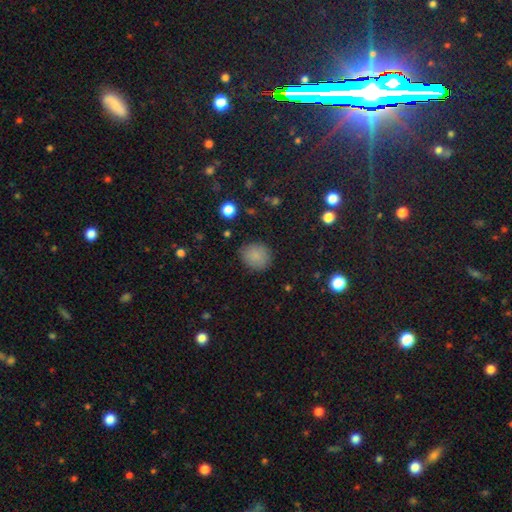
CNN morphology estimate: smooth-or-featured: smooth: 83% | star or artifact: 11% | featured or disk: 6%
  how-rounded: round: 76% | in between: 23% | cigar-shaped: 1%
  merging: none: 83% | minor disturbance: 12% | major disturbance: 3% | merger: 1%